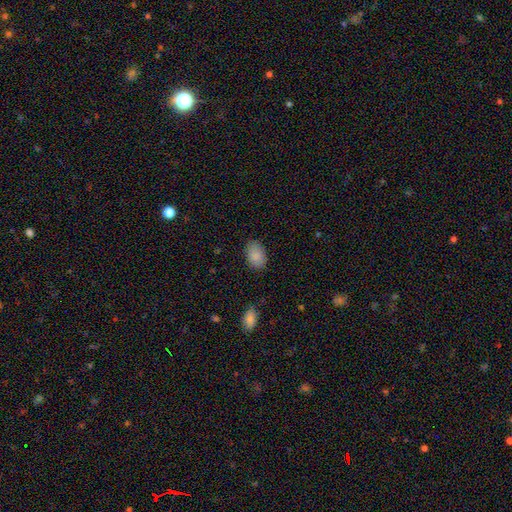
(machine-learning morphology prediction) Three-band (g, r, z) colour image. It shows a smooth galaxy with no disk features (87%) that is in between round and cigar-shaped (88%). Merging: none (83%).